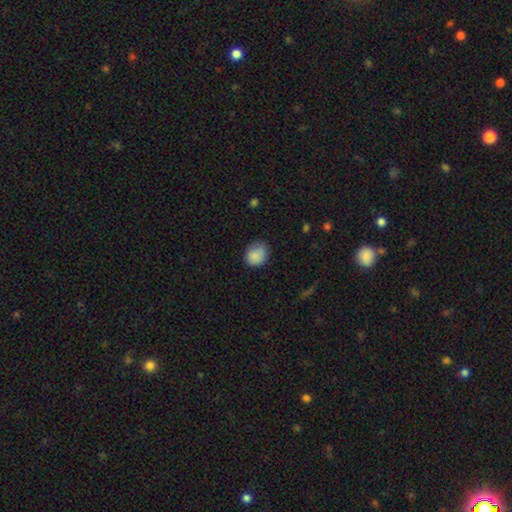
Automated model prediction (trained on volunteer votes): smooth 86%, star or artifact 8%, featured or disk 5%. Down the decision tree: how rounded — round (65%); merging — none (71%).